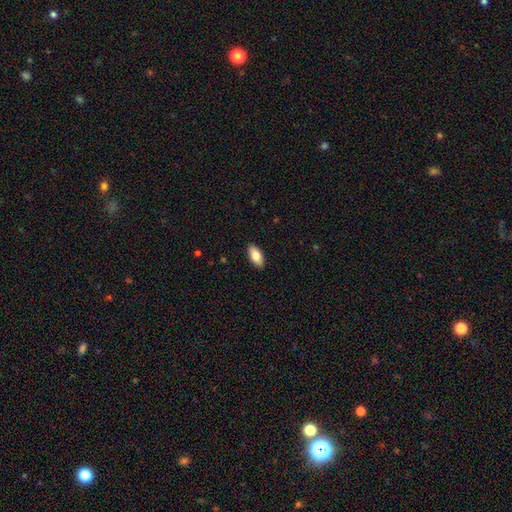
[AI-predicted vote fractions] Smooth or featured? Predicted: smooth (p=0.82). How rounded? Predicted: in between (p=0.93). Merging? Predicted: none (p=0.90).